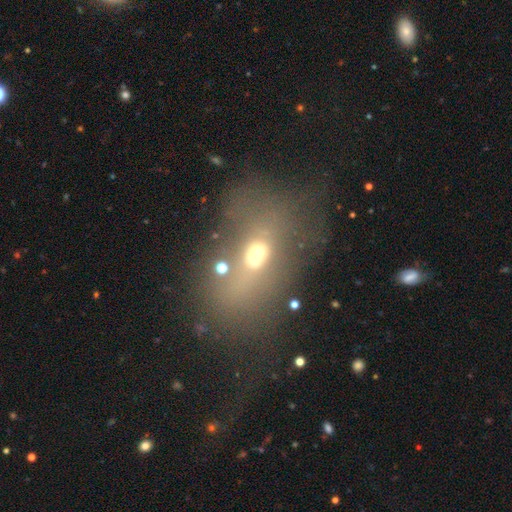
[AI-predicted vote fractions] Smooth or featured? Predicted: smooth (p=0.48). Merging? Predicted: none (p=0.40).